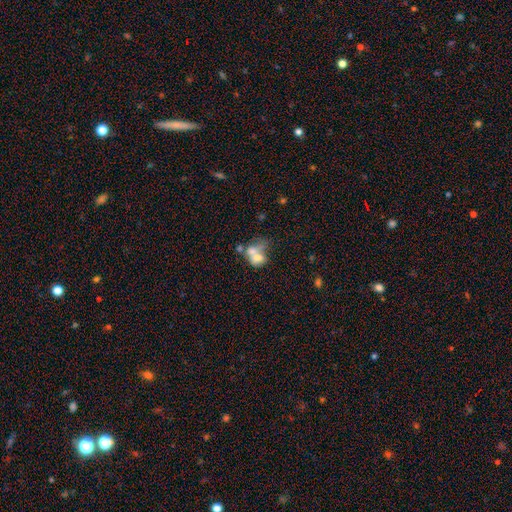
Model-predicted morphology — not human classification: smooth 59%, featured or disk 30%, star or artifact 11%. Down the decision tree: how rounded — in between (60%); merging — merger (63%).